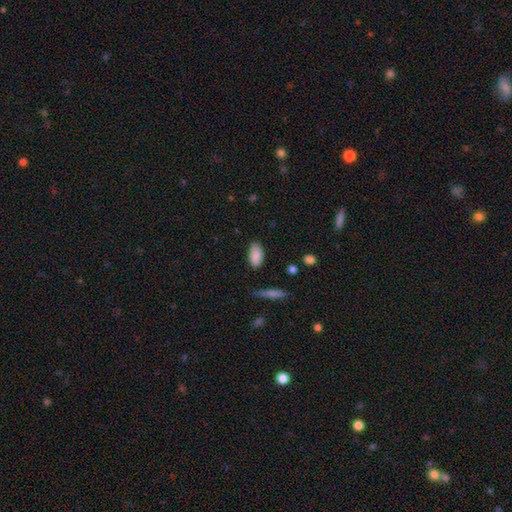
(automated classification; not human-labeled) smooth 86%, star or artifact 7%, featured or disk 6%. Down the decision tree: how rounded — in between (92%); merging — none (76%).